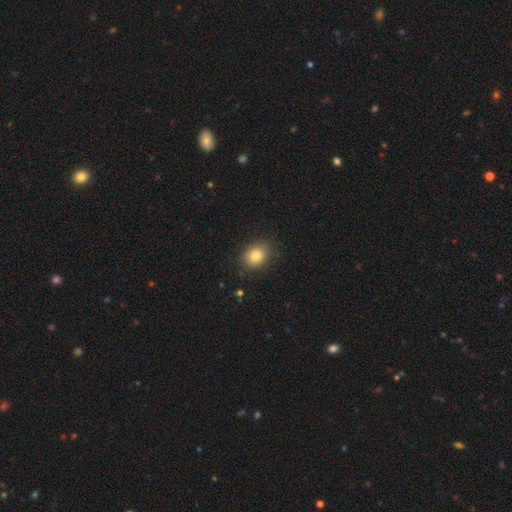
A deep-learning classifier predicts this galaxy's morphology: Smooth or featured? smooth (81%)
How rounded? in between (55%)
Merging? none (83%)